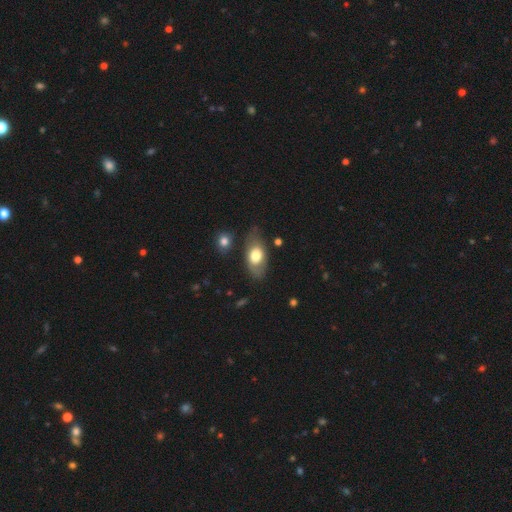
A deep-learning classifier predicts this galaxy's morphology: smooth 66%, featured or disk 28%, star or artifact 6%. Down the decision tree: how rounded — in between (88%); merging — none (68%).